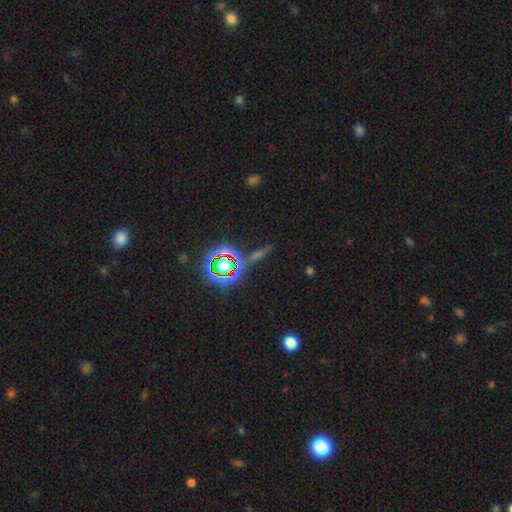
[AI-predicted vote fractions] Smooth or featured? star or artifact (60%)